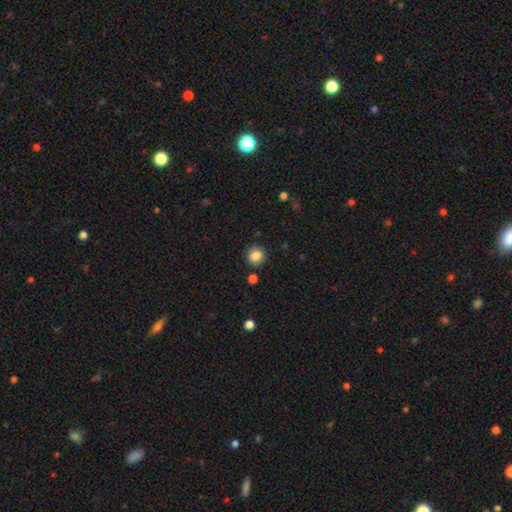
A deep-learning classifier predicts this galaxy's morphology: This appears to be a smooth galaxy with no disk features (85%) that is round (88%). Merging: none (86%).